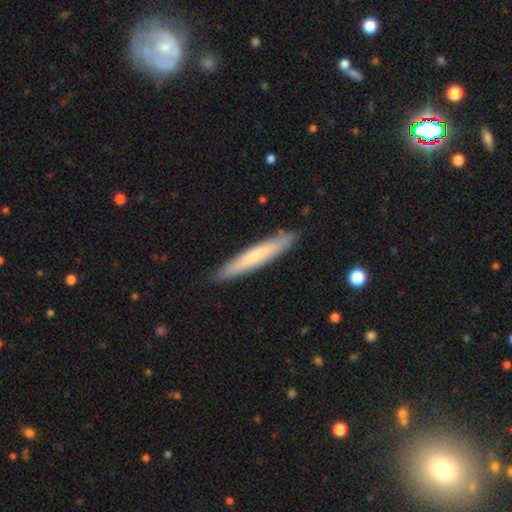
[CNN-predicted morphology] smooth_or_featured: smooth (p=0.63) [alt: featured or disk p=0.32]
how_rounded: cigar-shaped (p=0.94) [alt: in between p=0.05]
merging: none (p=0.88) [alt: minor disturbance p=0.09]